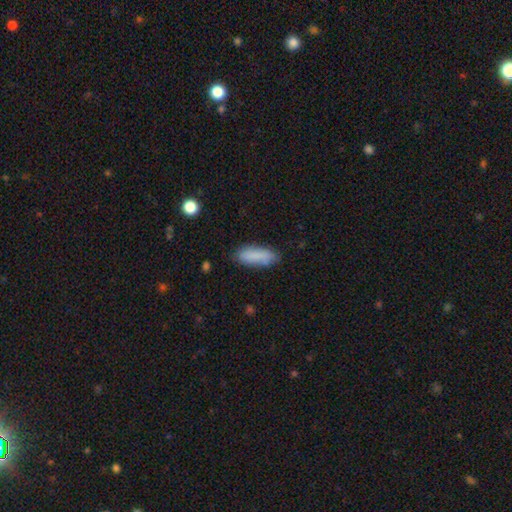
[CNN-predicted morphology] smooth 85%, featured or disk 8%, star or artifact 7%. Down the decision tree: how rounded — in between (59%); merging — none (76%).